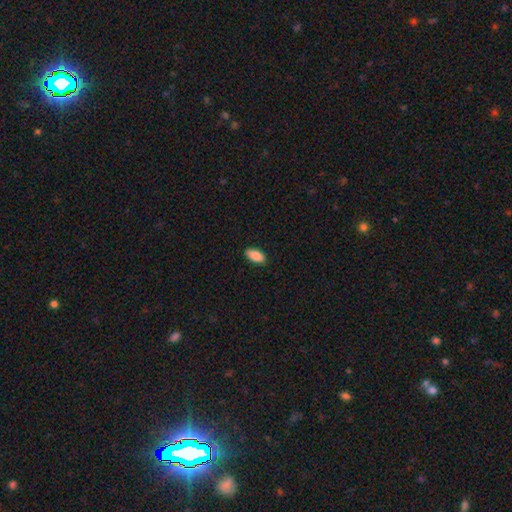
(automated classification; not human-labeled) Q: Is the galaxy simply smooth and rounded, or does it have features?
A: smooth — 89%.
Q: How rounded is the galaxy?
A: in between — 91%.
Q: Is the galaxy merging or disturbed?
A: none — 89%.